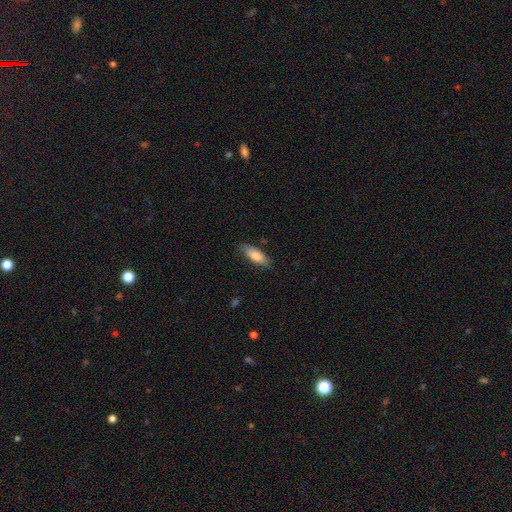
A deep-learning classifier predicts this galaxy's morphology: smooth-or-featured: smooth: 78% | featured or disk: 16% | star or artifact: 6%
  how-rounded: in between: 73% | cigar-shaped: 25% | round: 2%
  merging: none: 78% | minor disturbance: 18% | major disturbance: 3% | merger: 1%